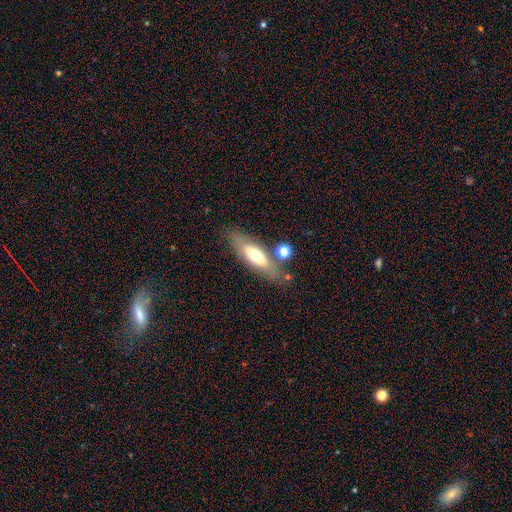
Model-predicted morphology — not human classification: This is possibly a smooth galaxy (52%). How rounded: likely in between (60%). Merging: likely none (71%).